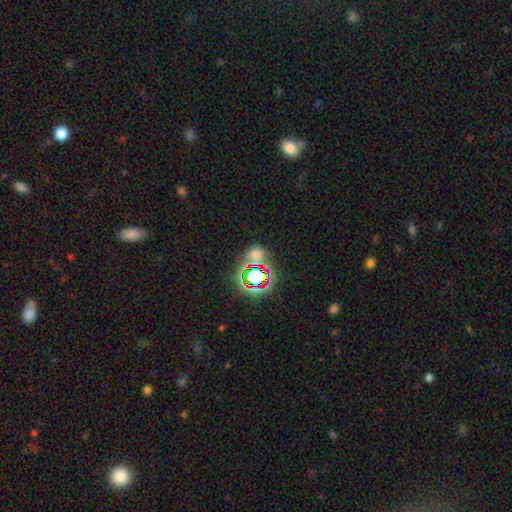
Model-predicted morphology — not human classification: This appears to be a star or artifact, not a galaxy (56%).